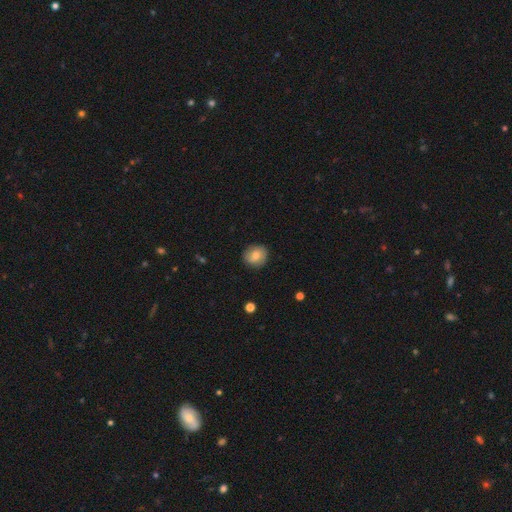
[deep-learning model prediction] Overall: smooth (78%). How rounded: round (81%). Merging: none (86%).